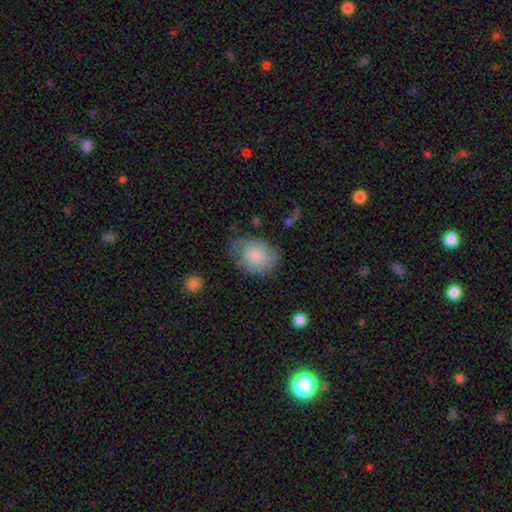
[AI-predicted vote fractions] smooth_or_featured: smooth (p=0.78) [alt: featured or disk p=0.15]
how_rounded: in between (p=0.59) [alt: round p=0.40]
merging: none (p=0.57) [alt: minor disturbance p=0.29]